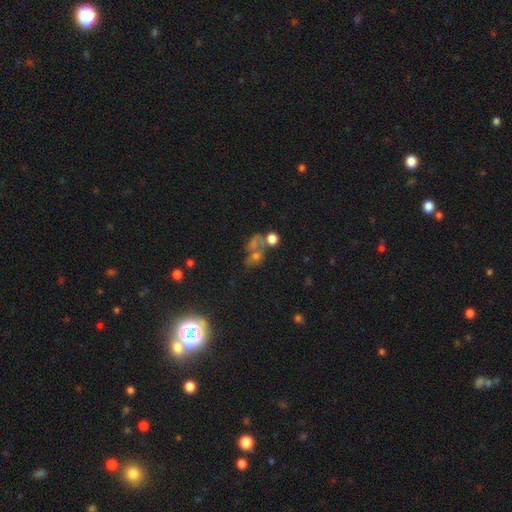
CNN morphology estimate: Smooth or featured? smooth (39%)
Merging? merger (37%)